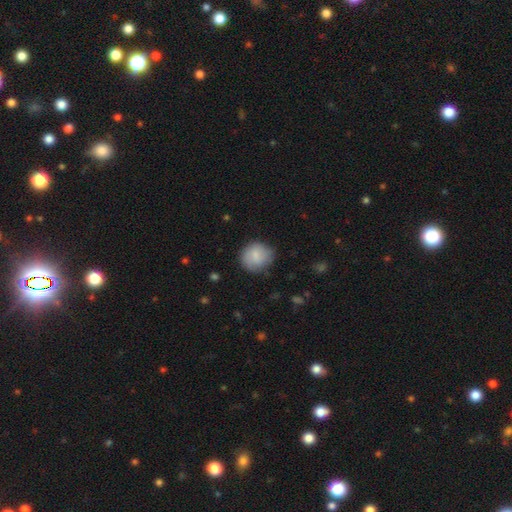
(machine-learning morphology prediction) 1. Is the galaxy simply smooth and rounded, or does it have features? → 79% smooth, 14% featured or disk, 7% star or artifact.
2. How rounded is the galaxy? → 84% round, 15% in between, 1% cigar-shaped.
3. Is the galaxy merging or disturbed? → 74% none, 20% minor disturbance, 5% major disturbance, 1% merger.